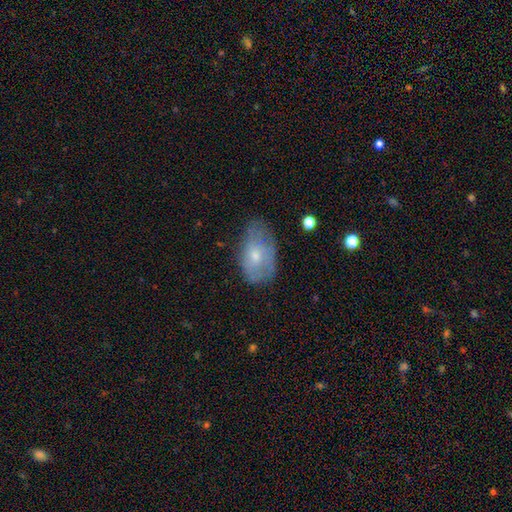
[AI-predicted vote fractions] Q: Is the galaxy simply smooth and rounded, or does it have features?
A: smooth — 58%.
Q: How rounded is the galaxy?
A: in between — 90%.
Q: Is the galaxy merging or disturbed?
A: none — 55%.